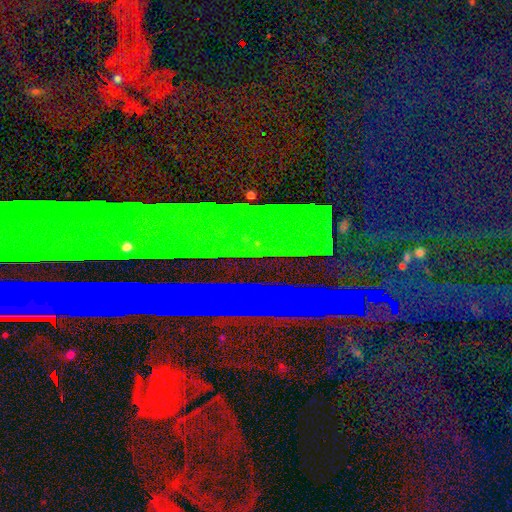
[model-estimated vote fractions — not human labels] smooth_or_featured: star or artifact (p=0.86) [alt: featured or disk p=0.08]